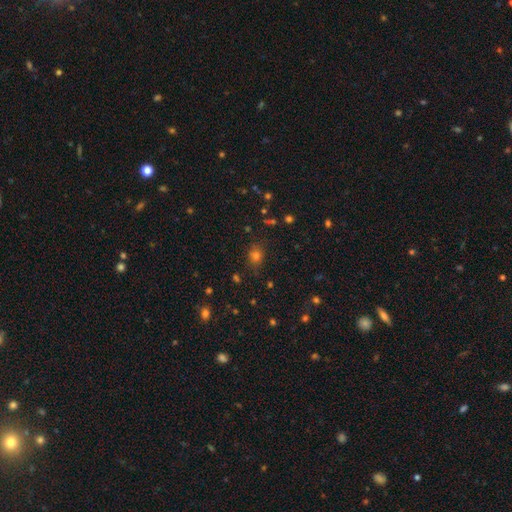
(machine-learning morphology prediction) A smooth galaxy with no disk features (70%) that is round (64%). Merging: none (82%).